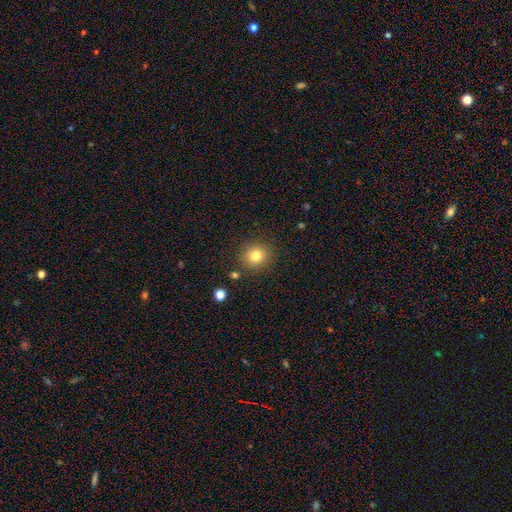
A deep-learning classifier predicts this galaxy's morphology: Smooth or featured? smooth (80%)
How rounded? round (87%)
Merging? none (86%)